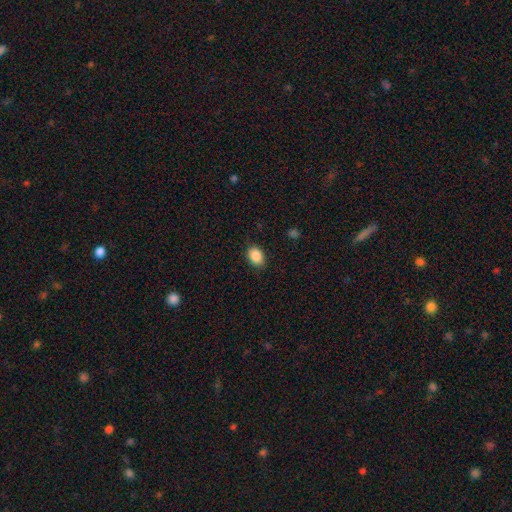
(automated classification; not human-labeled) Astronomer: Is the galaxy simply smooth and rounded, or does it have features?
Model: smooth — 89%.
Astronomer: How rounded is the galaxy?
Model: in between — 79%.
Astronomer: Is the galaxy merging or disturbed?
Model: none — 85%.